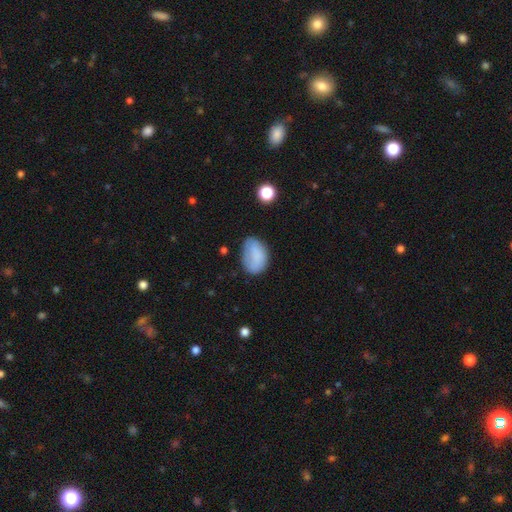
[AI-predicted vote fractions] A smooth galaxy with no disk features (79%) that is in between round and cigar-shaped (84%). Merging: none (61%).